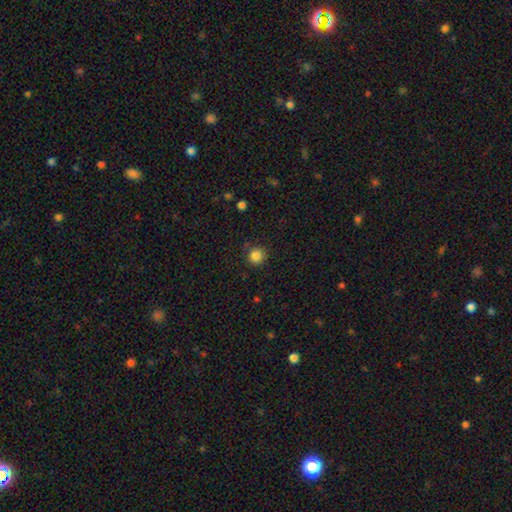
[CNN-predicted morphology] smooth 85%, star or artifact 11%, featured or disk 4%. Down the decision tree: how rounded — round (93%); merging — none (86%).